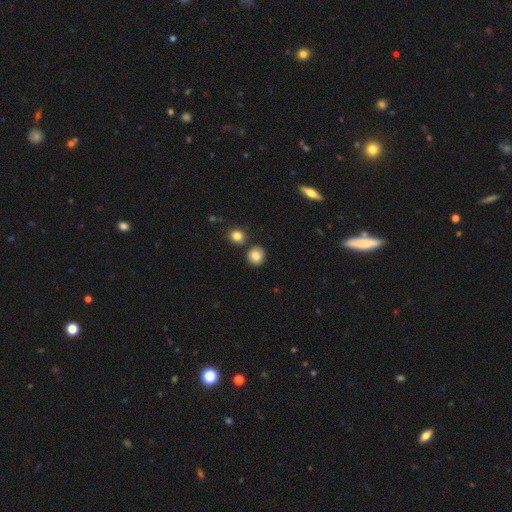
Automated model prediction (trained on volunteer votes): This appears to be a smooth galaxy with no disk features (84%) that is round (85%). Merging: none (82%).